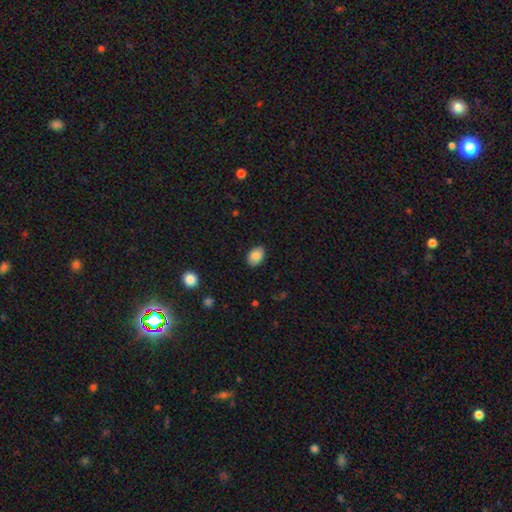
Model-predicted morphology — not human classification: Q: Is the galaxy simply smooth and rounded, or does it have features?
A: smooth — 84%.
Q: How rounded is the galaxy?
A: in between — 83%.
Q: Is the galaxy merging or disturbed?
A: none — 87%.